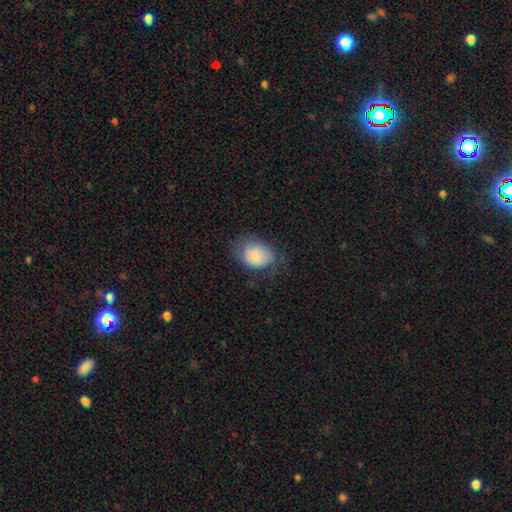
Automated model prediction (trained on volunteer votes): Morphology: type=smooth (71%); roundness=in between (74%); merging=none (49%).